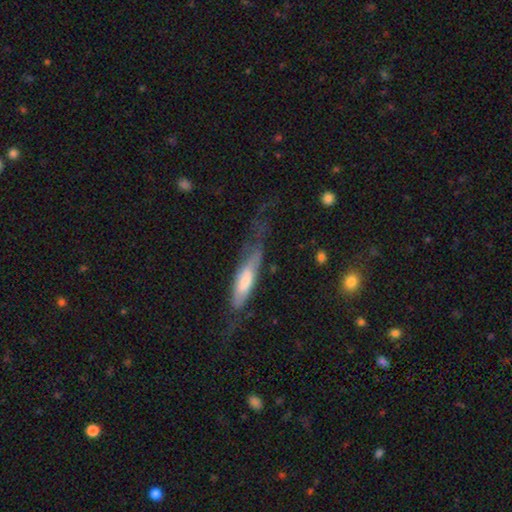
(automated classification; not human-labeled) Morphology: type=featured or disk (60%); edge-on=yes (71%); merging=none (52%).